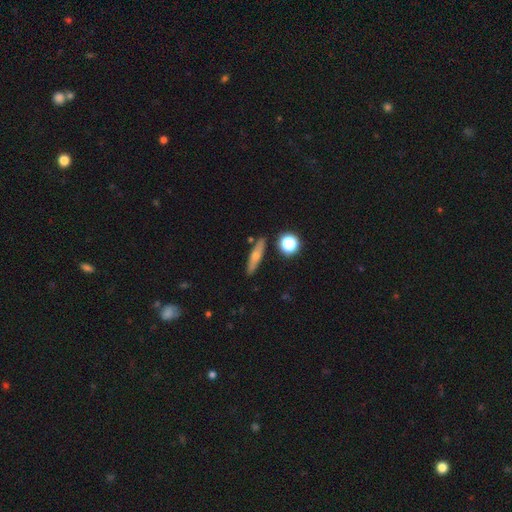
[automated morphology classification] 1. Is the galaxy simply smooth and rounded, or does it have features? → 56% smooth, 35% featured or disk, 9% star or artifact.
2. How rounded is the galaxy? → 76% cigar-shaped, 18% in between, 6% round.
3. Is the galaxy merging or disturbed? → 85% none, 9% minor disturbance, 4% merger, 2% major disturbance.